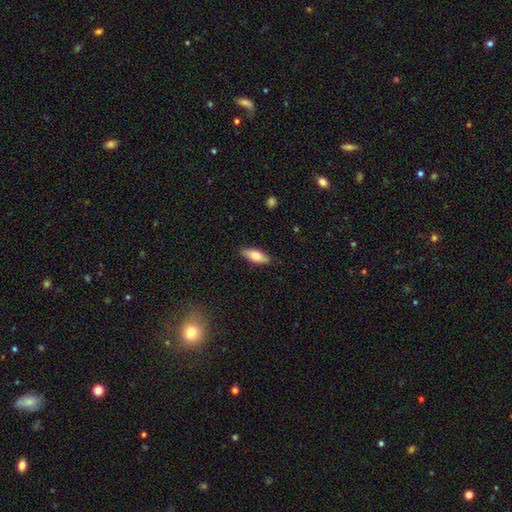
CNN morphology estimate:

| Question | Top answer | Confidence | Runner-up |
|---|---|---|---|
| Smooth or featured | smooth | 72% | featured or disk (22%) |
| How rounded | in between | 68% | cigar-shaped (30%) |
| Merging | none | 85% | minor disturbance (12%) |